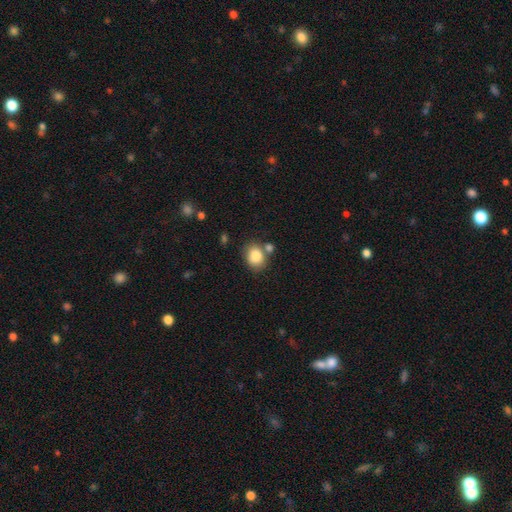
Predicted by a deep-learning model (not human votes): Overall: smooth (84%). How rounded: round (57%; in between 42%). Merging: none (66%).